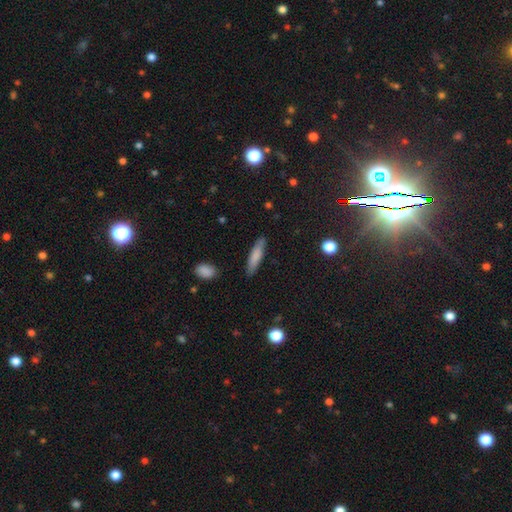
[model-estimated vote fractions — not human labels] This is likely a smooth galaxy (76%). How rounded: clearly cigar-shaped (81%). Merging: clearly none (86%).